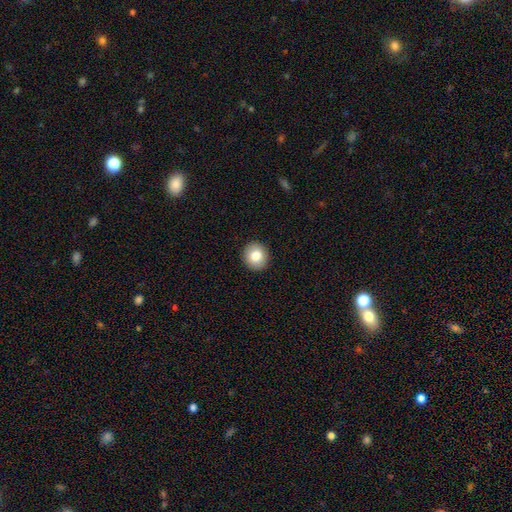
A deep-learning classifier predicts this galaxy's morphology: The model was most divided on "smooth or featured": smooth: 82%, featured or disk: 10%, star or artifact: 8%. More confident: merging — none (93%); how rounded — round (87%).